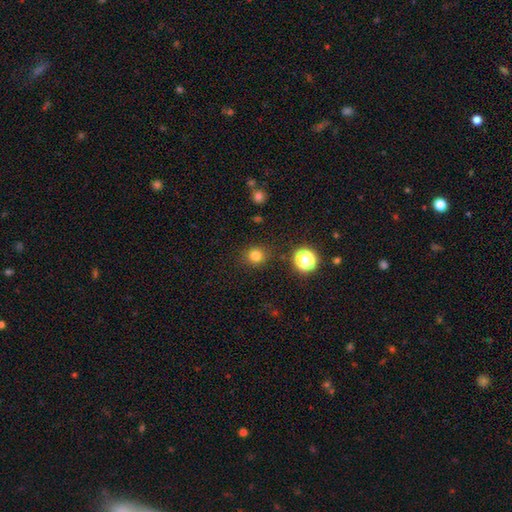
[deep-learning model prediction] A smooth galaxy with no disk features (79%) that is round (88%).

Vote fractions:
- Smooth or featured? smooth: 79% / star or artifact: 16% / featured or disk: 5%
- How rounded? round: 88% / in between: 11% / cigar-shaped: 1%
- Merging? none: 87% / minor disturbance: 8% / major disturbance: 3% / merger: 2%